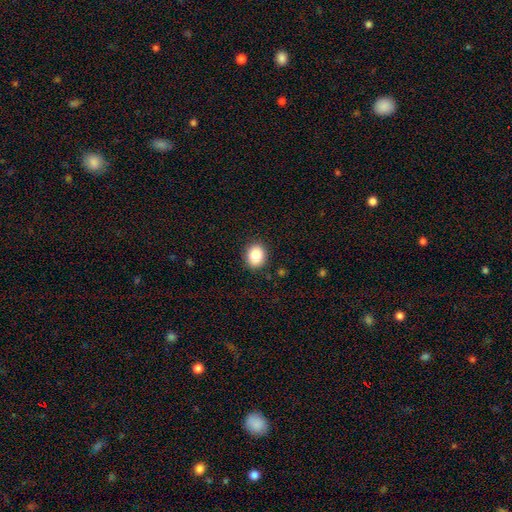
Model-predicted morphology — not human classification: A smooth galaxy with no disk features (86%) that is round (55%). Merging: none (89%).